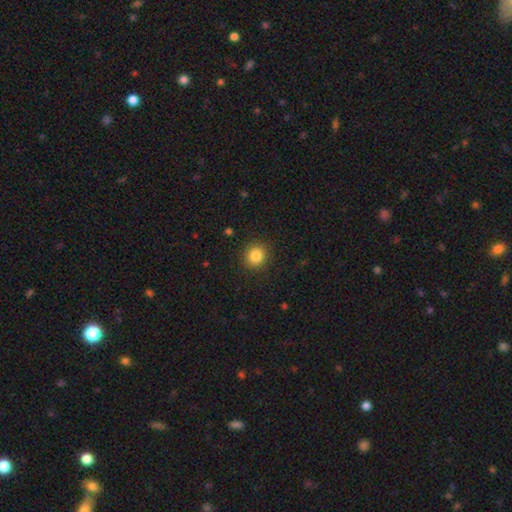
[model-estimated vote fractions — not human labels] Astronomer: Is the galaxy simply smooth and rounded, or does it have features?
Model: smooth — 84%.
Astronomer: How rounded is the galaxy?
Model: round — 84%.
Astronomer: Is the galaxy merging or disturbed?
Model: none — 91%.